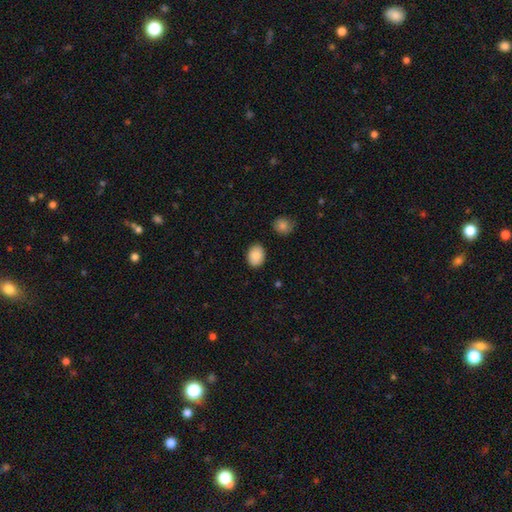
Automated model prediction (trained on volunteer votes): Smooth or featured?
  - smooth: 89% *
  - star or artifact: 7%
  - featured or disk: 4%
How rounded?
  - in between: 71% *
  - round: 28%
  - cigar-shaped: 1%
Merging?
  - none: 85% *
  - minor disturbance: 10%
  - major disturbance: 2%
  - merger: 2%